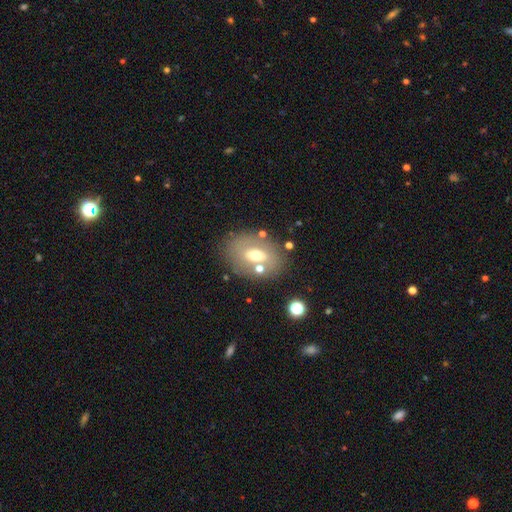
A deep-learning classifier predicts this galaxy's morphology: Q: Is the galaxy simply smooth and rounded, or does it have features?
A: smooth — 52%.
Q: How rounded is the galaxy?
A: in between — 74%.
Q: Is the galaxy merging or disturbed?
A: none — 74%.